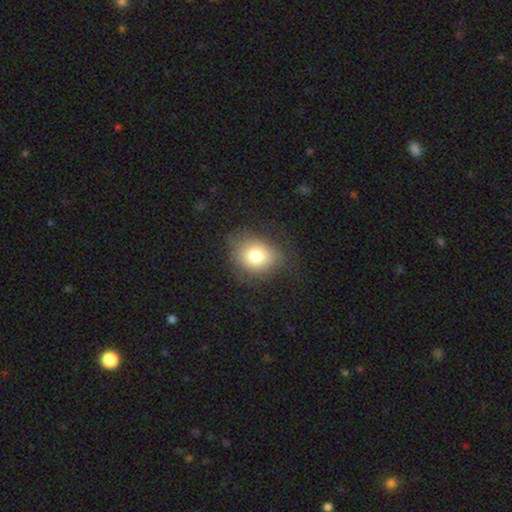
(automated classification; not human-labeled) This appears to be a smooth galaxy with no disk features (77%) that is in between round and cigar-shaped (52%). Merging: none (71%).